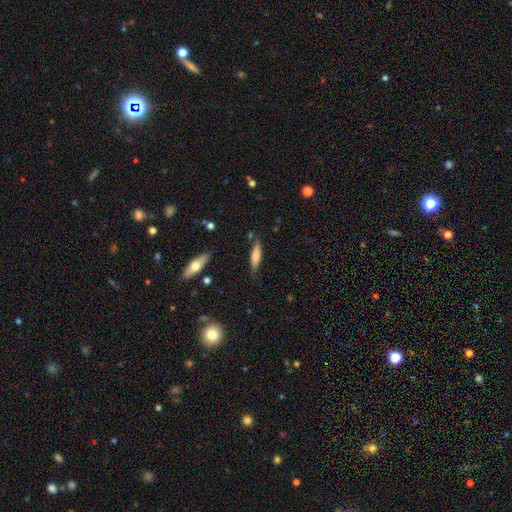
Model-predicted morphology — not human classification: Overall: smooth (70%). How rounded: cigar-shaped (70%). Merging: none (76%).